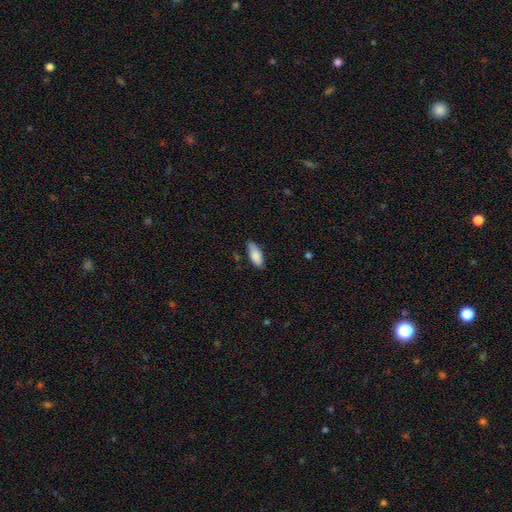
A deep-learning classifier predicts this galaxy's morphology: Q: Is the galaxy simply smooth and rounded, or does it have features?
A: smooth — 84%.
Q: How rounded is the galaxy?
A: in between — 83%.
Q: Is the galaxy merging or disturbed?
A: none — 71%.